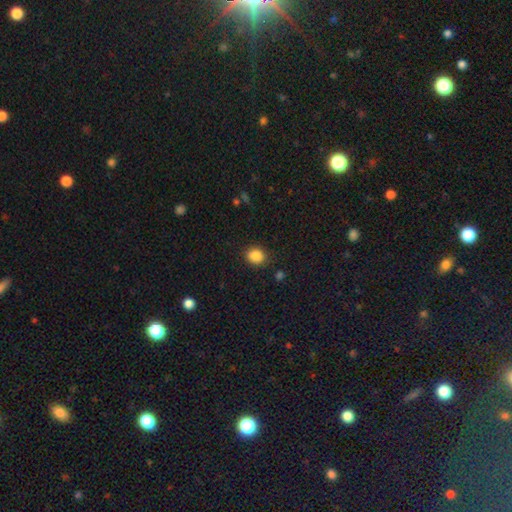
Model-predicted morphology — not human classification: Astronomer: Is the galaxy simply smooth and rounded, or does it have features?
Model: smooth — 87%.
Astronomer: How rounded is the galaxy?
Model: round — 62%.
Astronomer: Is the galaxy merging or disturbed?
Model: none — 86%.